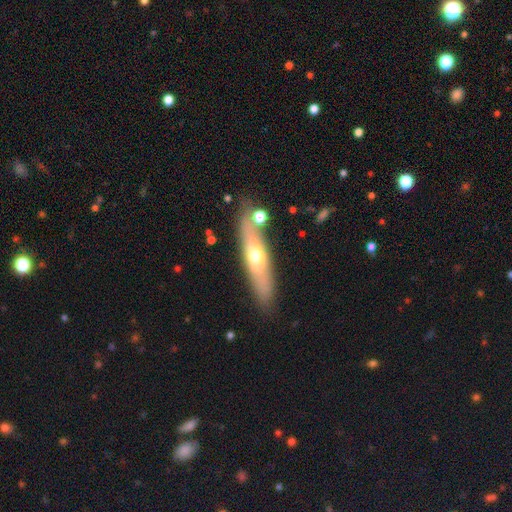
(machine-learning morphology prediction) smooth_or_featured: smooth (p=0.47) [alt: featured or disk p=0.46]
merging: none (p=0.78) [alt: minor disturbance p=0.12]